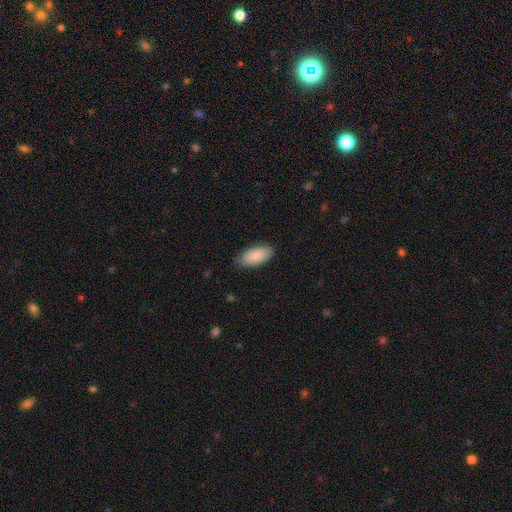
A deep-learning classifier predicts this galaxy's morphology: Smooth or featured? smooth (86%)
How rounded? in between (92%)
Merging? none (75%)